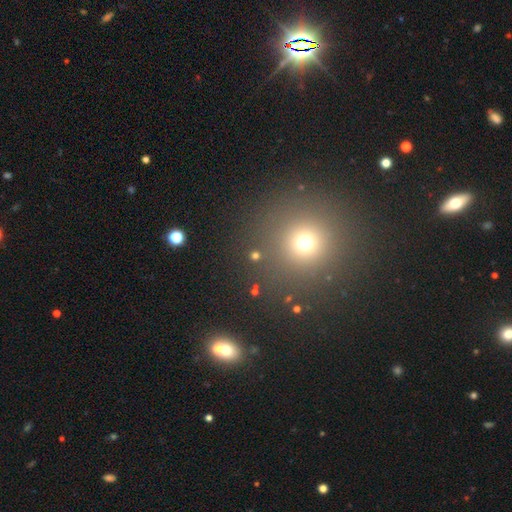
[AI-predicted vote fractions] Smooth or featured? Predicted: smooth (p=0.60). How rounded? Predicted: round (p=0.91). Merging? Predicted: none (p=0.85).